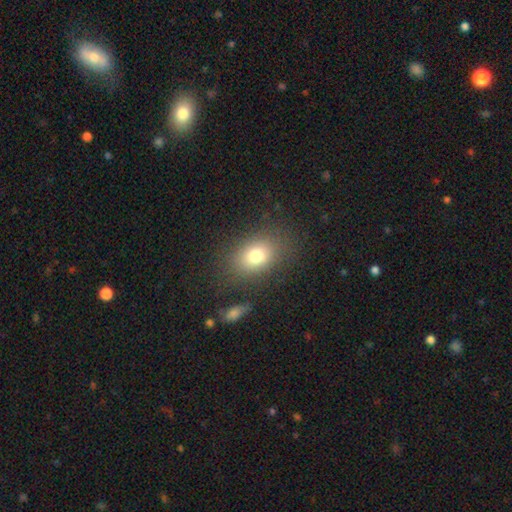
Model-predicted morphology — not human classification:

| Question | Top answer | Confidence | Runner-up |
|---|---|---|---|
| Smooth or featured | smooth | 76% | featured or disk (12%) |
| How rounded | in between | 70% | round (28%) |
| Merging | none | 78% | minor disturbance (12%) |